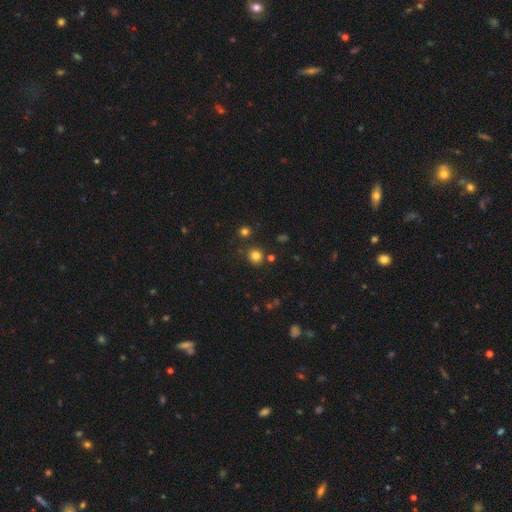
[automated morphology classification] Smooth or featured: smooth — 79% (star or artifact — 16%)
How rounded: round — 87% (in between — 12%)
Merging: none — 83% (minor disturbance — 8%)